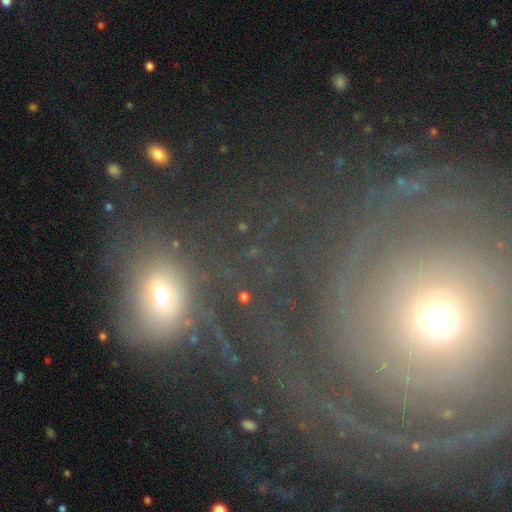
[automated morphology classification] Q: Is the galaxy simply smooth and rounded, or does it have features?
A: featured or disk — 50%.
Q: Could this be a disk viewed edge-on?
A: no — 92%.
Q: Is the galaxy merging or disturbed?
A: none — 57%.